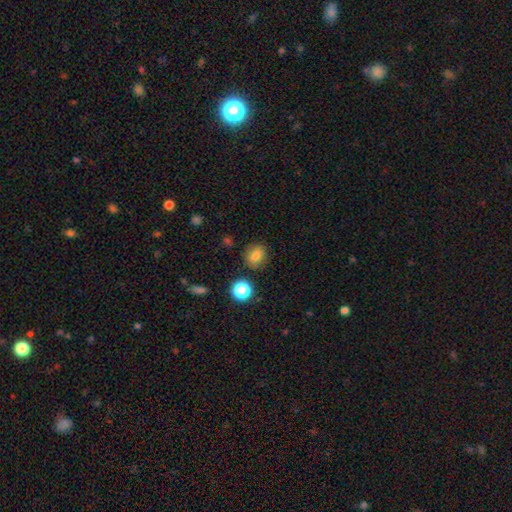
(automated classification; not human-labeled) smooth_or_featured: smooth (p=0.80) [alt: star or artifact p=0.13]
how_rounded: round (p=0.68) [alt: in between p=0.31]
merging: none (p=0.84) [alt: minor disturbance p=0.09]